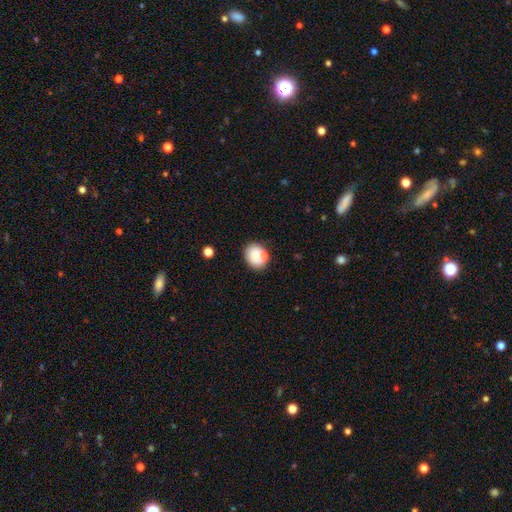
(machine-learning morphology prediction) This appears to be a smooth galaxy with no disk features (76%) that is round (61%). Merging: none (65%).